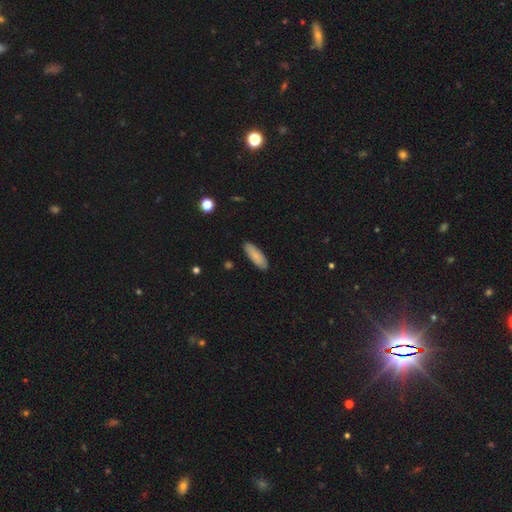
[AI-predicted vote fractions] smooth 82%, featured or disk 11%, star or artifact 6%. Down the decision tree: how rounded — in between (62%); merging — none (87%).